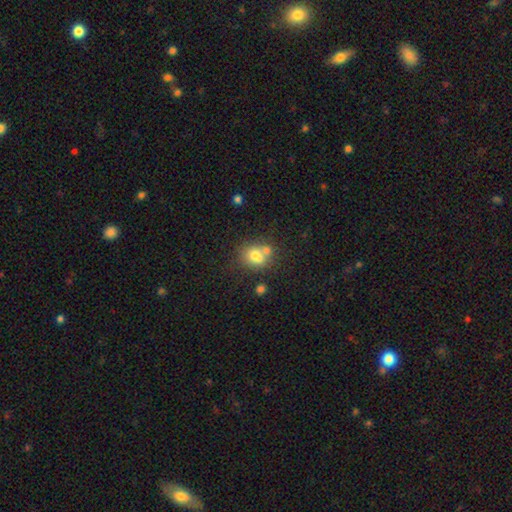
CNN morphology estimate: Overall: smooth (70%). How rounded: round (61%; in between 38%). Merging: merger (45%; none 38%).